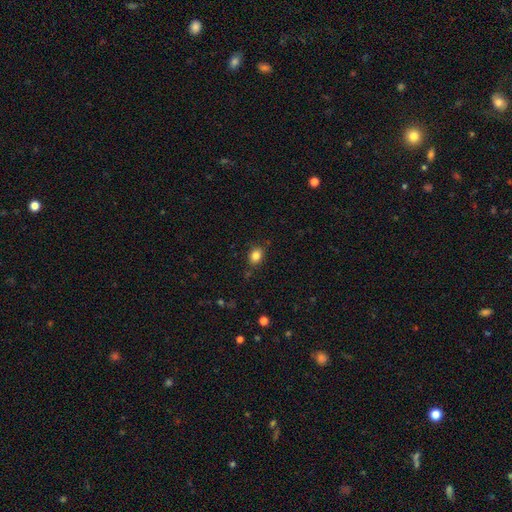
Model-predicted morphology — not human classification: smooth 83%, star or artifact 11%, featured or disk 6%. Down the decision tree: how rounded — in between (57%); merging — none (81%).